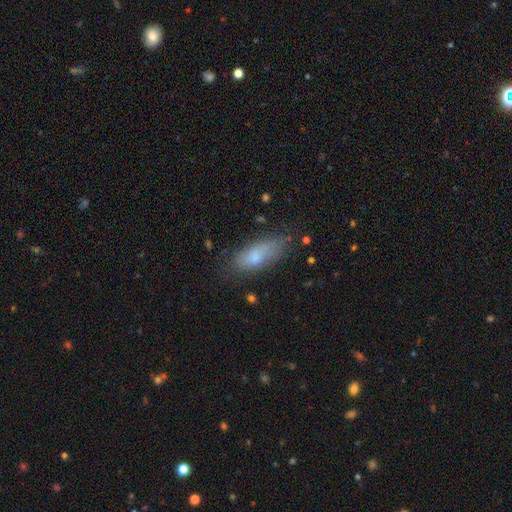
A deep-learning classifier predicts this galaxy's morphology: This appears to be a smooth galaxy with no disk features (77%) that is in between round and cigar-shaped (72%). Merging: none (65%).